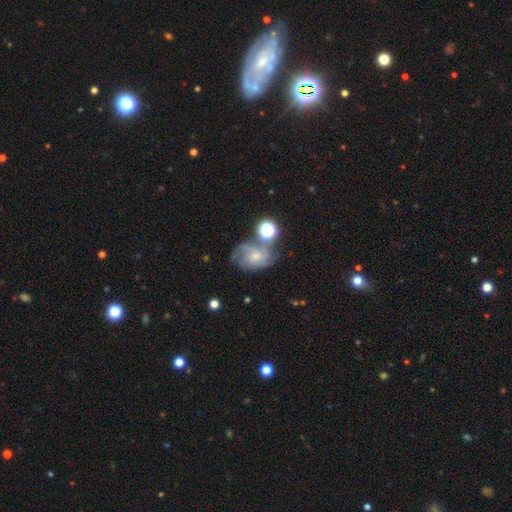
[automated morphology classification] featured or disk 54%, smooth 32%, star or artifact 14%. Down the decision tree: edge-on disk — no (97%); bar — no (70%); spiral arms — yes (78%); bulge size — small (52%); merging — none (42%).